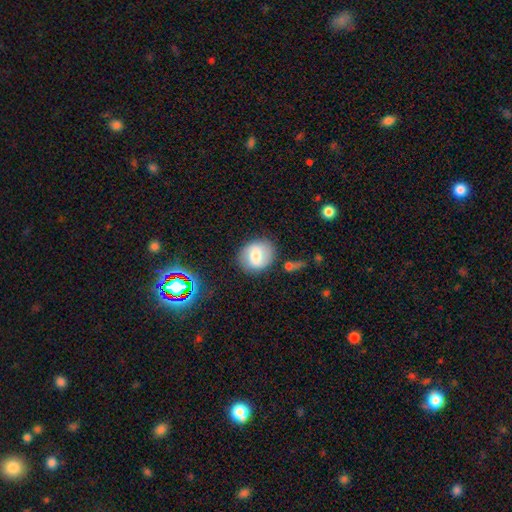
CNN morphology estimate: Smooth or featured? smooth (65%)
How rounded? round (63%)
Merging? none (79%)